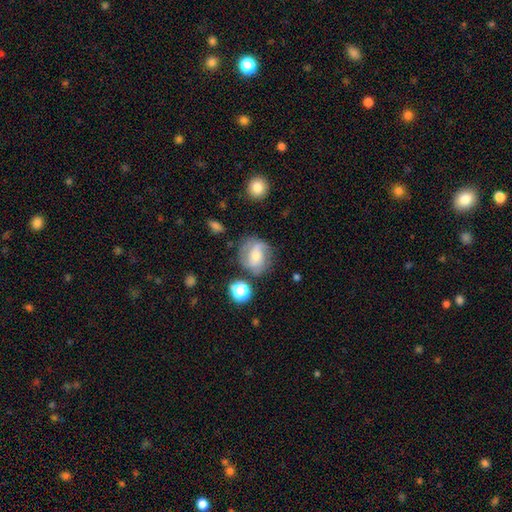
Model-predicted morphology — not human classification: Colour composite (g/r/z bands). It shows a featured or disk galaxy (58%) with no bar (41%), spiral arms (83%) and a moderate central bulge (48%). Merging: none (62%).